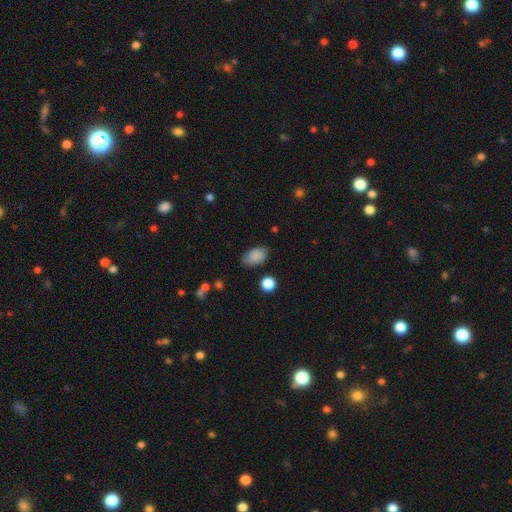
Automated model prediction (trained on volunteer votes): A smooth galaxy with no disk features (84%) that is in between round and cigar-shaped (89%). Merging: none (70%).